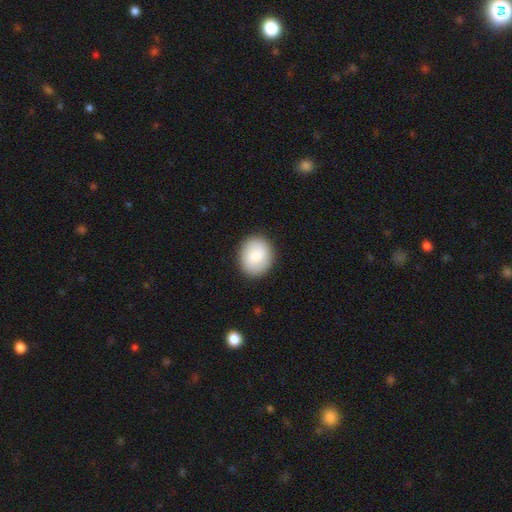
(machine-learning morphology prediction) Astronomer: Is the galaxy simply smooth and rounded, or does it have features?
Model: smooth — 84%.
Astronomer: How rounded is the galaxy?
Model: round — 64%.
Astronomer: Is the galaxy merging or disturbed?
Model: none — 89%.